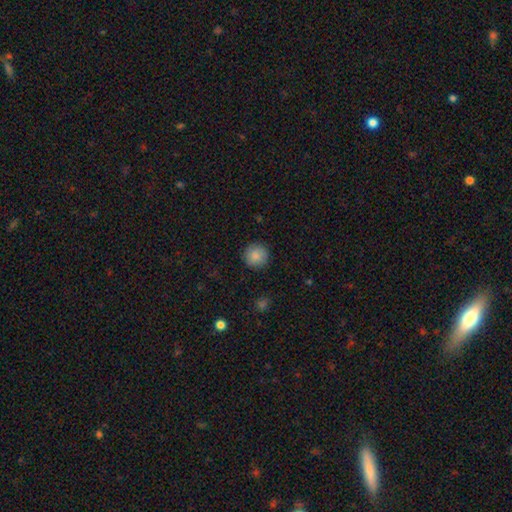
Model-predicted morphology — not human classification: Overall: smooth (87%). How rounded: round (95%). Merging: none (90%).